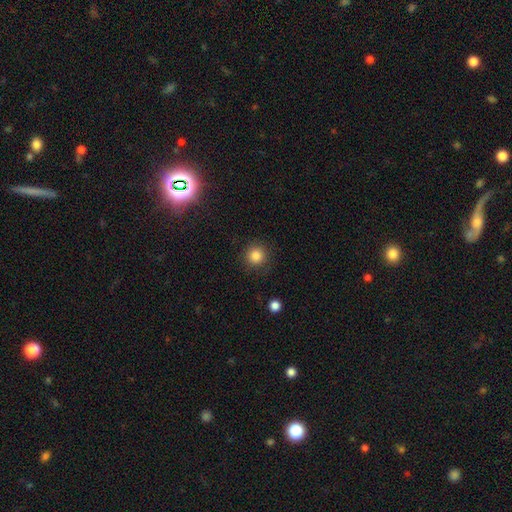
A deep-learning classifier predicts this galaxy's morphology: A smooth galaxy with no disk features (85%) that is round (94%). Merging: none (88%).